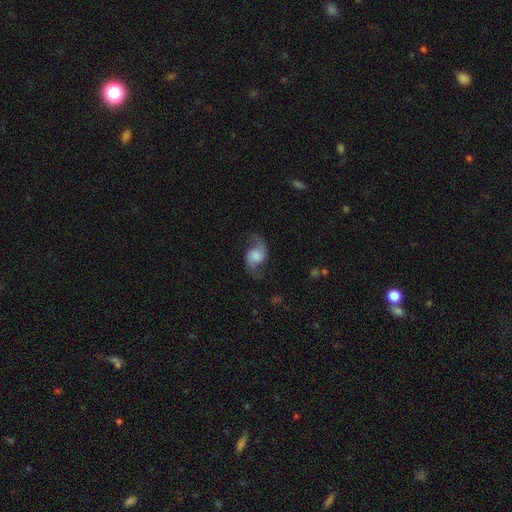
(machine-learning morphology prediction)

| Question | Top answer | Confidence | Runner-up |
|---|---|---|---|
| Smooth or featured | featured or disk | 76% | smooth (17%) |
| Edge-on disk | no | 97% | yes (3%) |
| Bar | no | 56% | weak (36%) |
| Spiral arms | yes | 95% | no (5%) |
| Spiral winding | loose | 70% | medium (25%) |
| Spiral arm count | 2 | 93% | 1 (3%) |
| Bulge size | large | 28% | none (25%) |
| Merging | none | 72% | minor disturbance (17%) |